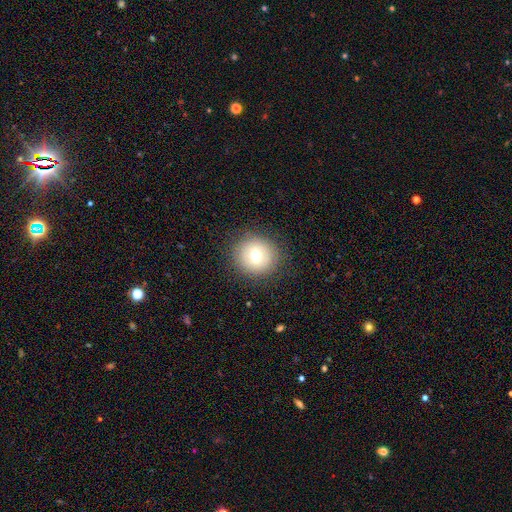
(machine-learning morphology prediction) type=smooth (70%); roundness=round (92%); merging=none (88%).